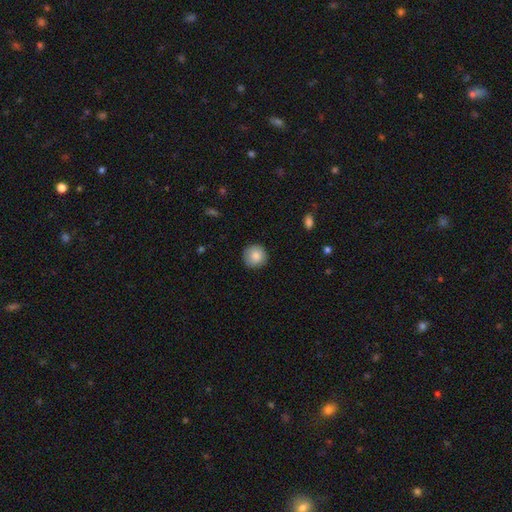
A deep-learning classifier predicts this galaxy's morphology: smooth-or-featured: smooth: 86% | star or artifact: 8% | featured or disk: 6%
  how-rounded: round: 94% | in between: 5% | cigar-shaped: 1%
  merging: none: 88% | minor disturbance: 9% | major disturbance: 2% | merger: 1%